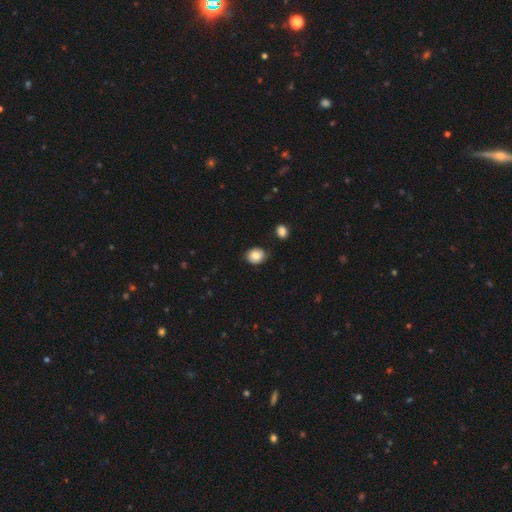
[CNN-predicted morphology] smooth_or_featured: smooth (p=0.78) [alt: featured or disk p=0.13]
how_rounded: round (p=0.66) [alt: in between p=0.33]
merging: none (p=0.78) [alt: minor disturbance p=0.16]